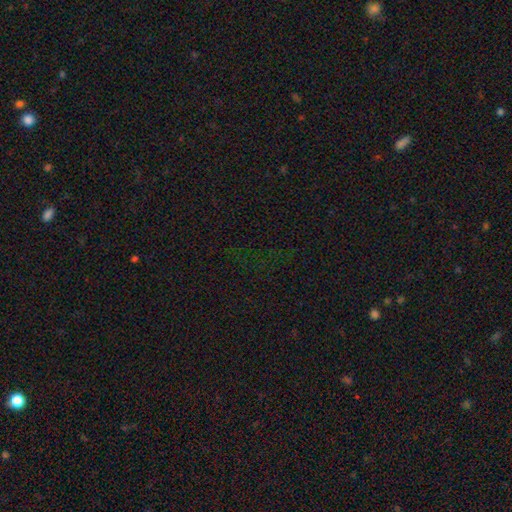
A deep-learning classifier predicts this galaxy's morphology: Smooth or featured?
  - star or artifact: 78% *
  - smooth: 13%
  - featured or disk: 9%